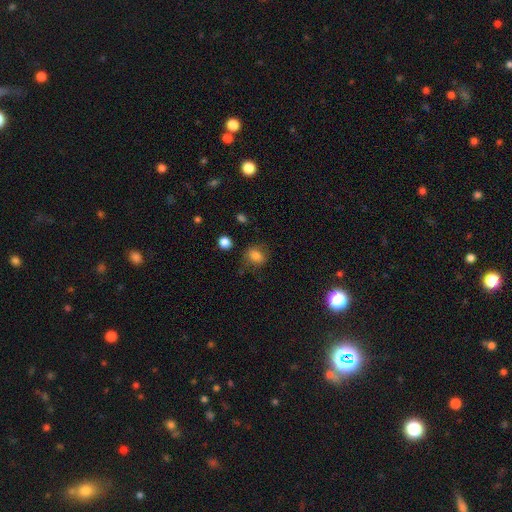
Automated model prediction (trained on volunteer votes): smooth 80%, star or artifact 11%, featured or disk 9%. Down the decision tree: how rounded — round (57%); merging — none (71%).